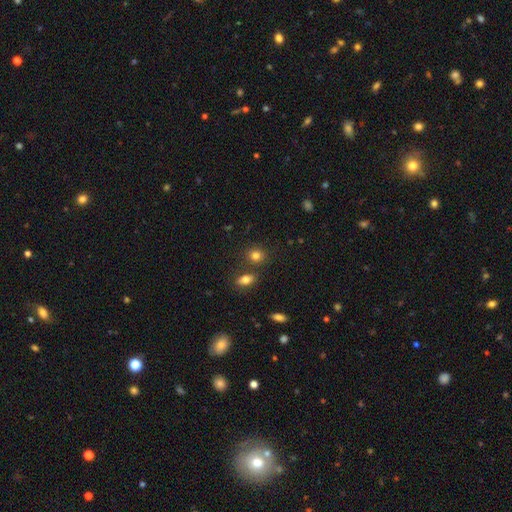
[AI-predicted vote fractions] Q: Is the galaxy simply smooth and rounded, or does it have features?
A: smooth — 81%.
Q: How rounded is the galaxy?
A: round — 66%.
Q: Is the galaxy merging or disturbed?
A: none — 72%.